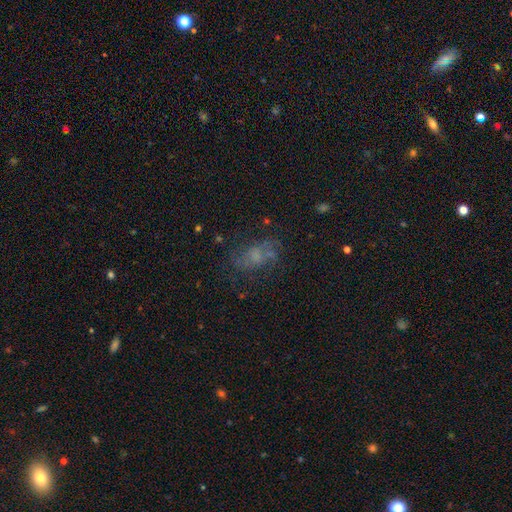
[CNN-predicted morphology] The model was most divided on "smooth or featured": featured or disk: 45%, smooth: 34%, star or artifact: 21%. More confident: merging — none (56%).